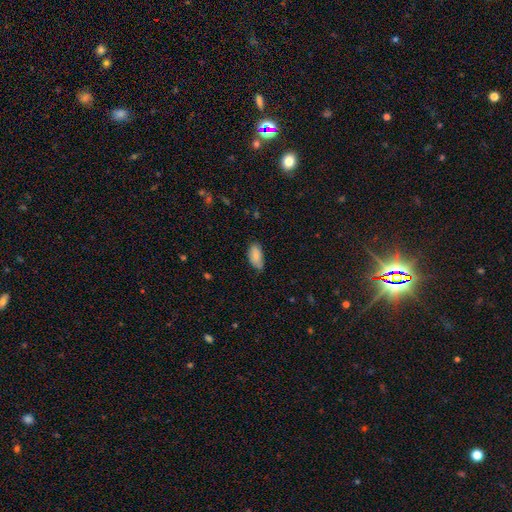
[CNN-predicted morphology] smooth 86%, featured or disk 8%, star or artifact 7%. Down the decision tree: how rounded — in between (92%); merging — none (65%).